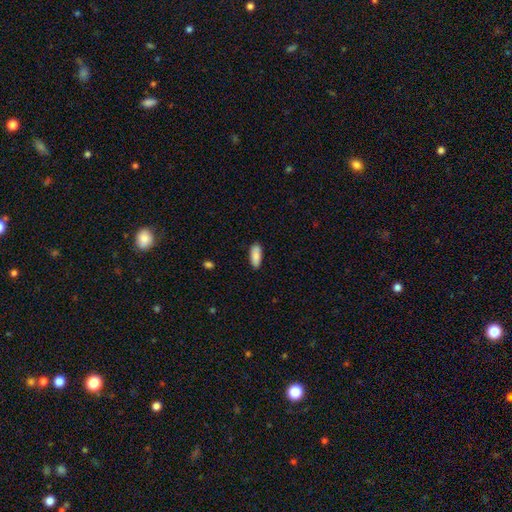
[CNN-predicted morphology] Overall: smooth (89%). How rounded: in between (79%). Merging: none (87%).